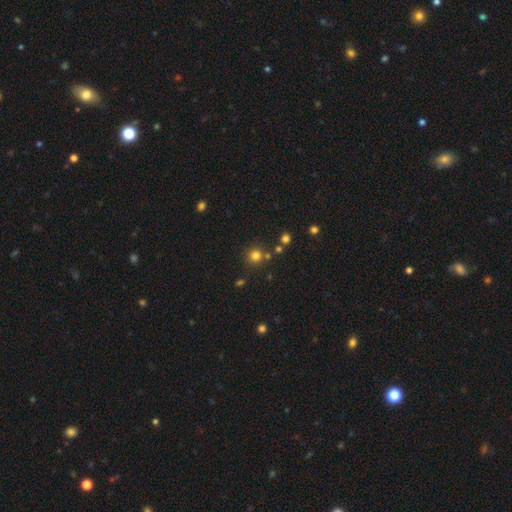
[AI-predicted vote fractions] Smooth or featured: smooth — 77% (star or artifact — 17%)
How rounded: round — 93% (in between — 6%)
Merging: none — 80% (merger — 9%)